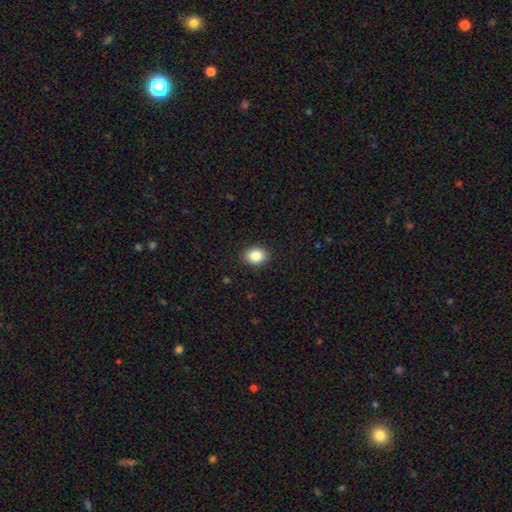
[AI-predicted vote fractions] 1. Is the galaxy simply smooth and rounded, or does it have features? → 86% smooth, 9% star or artifact, 6% featured or disk.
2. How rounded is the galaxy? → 56% in between, 43% round, 1% cigar-shaped.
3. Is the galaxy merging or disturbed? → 90% none, 7% minor disturbance, 2% major disturbance, 1% merger.